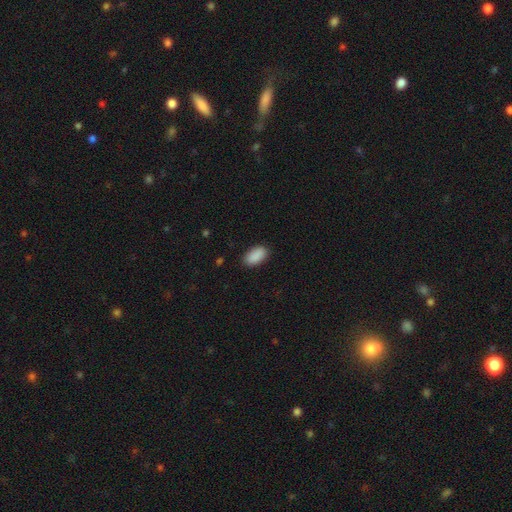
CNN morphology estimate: A smooth galaxy with no disk features (90%) that is in between round and cigar-shaped (94%). Merging: none (87%).